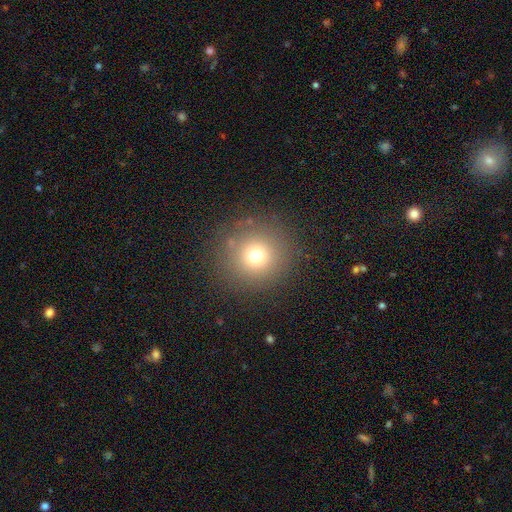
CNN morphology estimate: Smooth or featured?
  - smooth: 71% *
  - star or artifact: 18%
  - featured or disk: 11%
How rounded?
  - round: 95% *
  - in between: 4%
  - cigar-shaped: 1%
Merging?
  - none: 87% *
  - minor disturbance: 7%
  - major disturbance: 4%
  - merger: 2%